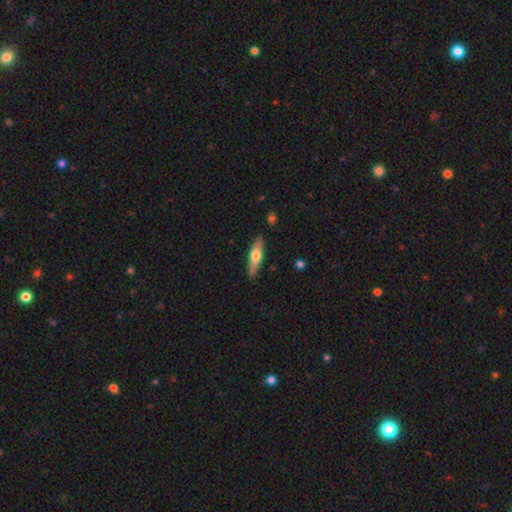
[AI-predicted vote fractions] smooth-or-featured: featured or disk: 48% | smooth: 47% | star or artifact: 5%
  merging: none: 88% | minor disturbance: 9% | major disturbance: 2% | merger: 1%